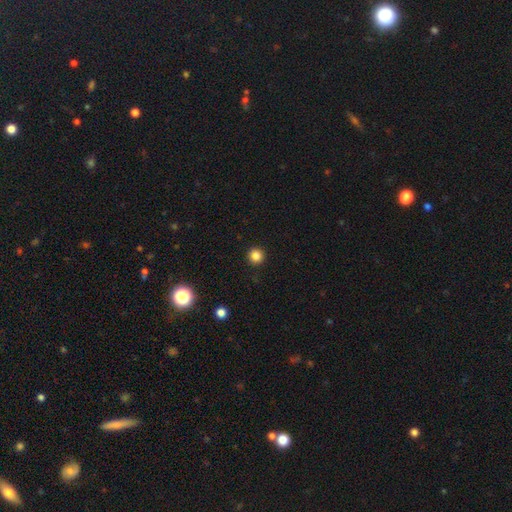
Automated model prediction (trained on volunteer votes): Smooth or featured?
  - smooth: 85% *
  - star or artifact: 11%
  - featured or disk: 3%
How rounded?
  - round: 94% *
  - in between: 5%
  - cigar-shaped: 1%
Merging?
  - none: 92% *
  - minor disturbance: 5%
  - major disturbance: 2%
  - merger: 1%